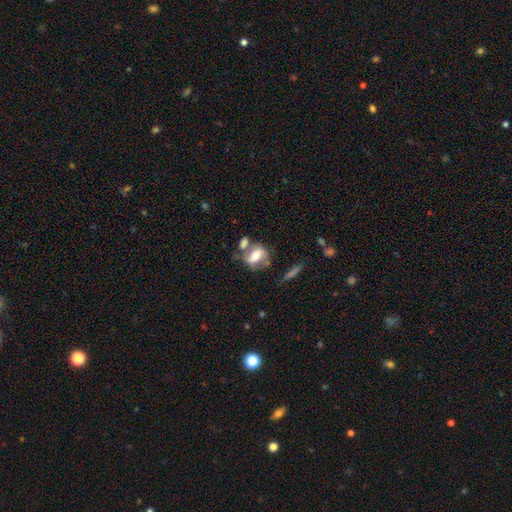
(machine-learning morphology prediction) A smooth galaxy with no disk features (48%). Merging: none (40%).